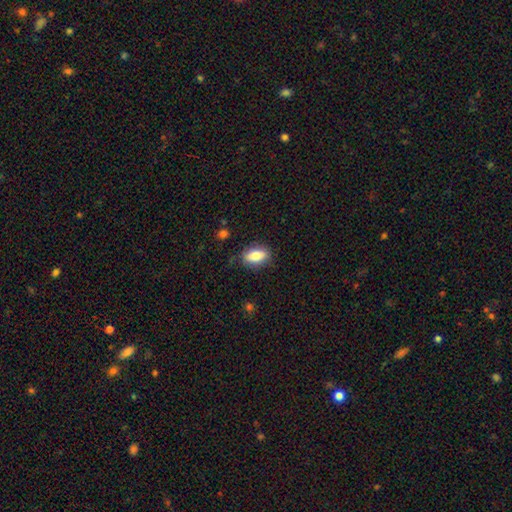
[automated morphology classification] Overall: smooth (78%). How rounded: in between (87%). Merging: none (78%).